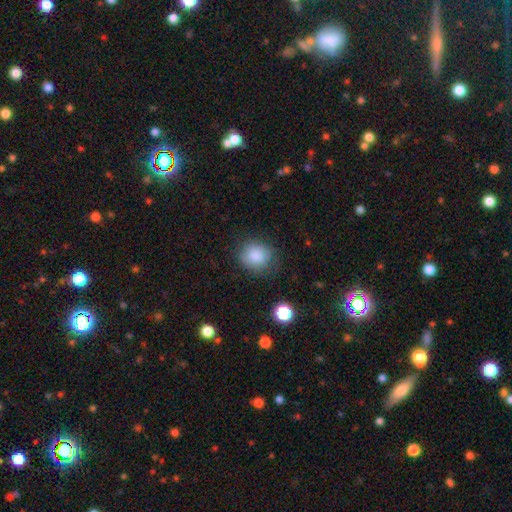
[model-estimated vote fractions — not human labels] smooth-or-featured: smooth: 85% | star or artifact: 9% | featured or disk: 6%
  how-rounded: round: 74% | in between: 25% | cigar-shaped: 1%
  merging: none: 74% | minor disturbance: 18% | major disturbance: 6% | merger: 2%